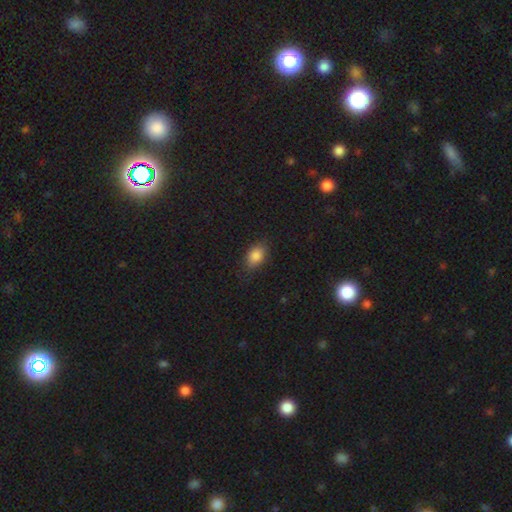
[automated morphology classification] smooth_or_featured: smooth (p=0.85) [alt: star or artifact p=0.09]
how_rounded: in between (p=0.84) [alt: round p=0.13]
merging: none (p=0.81) [alt: minor disturbance p=0.14]